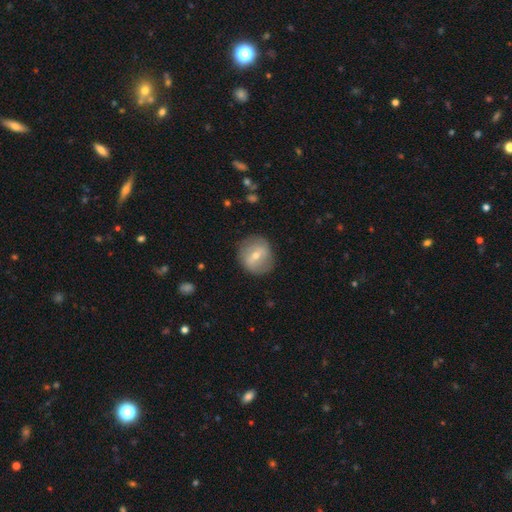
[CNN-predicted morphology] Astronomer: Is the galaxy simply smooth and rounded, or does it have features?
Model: featured or disk — 49% (runner-up: smooth, 43%).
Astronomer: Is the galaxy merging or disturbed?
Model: none — 82%.